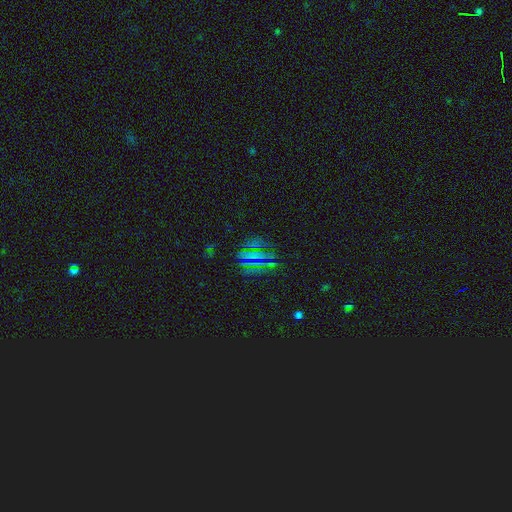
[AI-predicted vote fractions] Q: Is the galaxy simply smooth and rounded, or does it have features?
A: star or artifact — 55%.